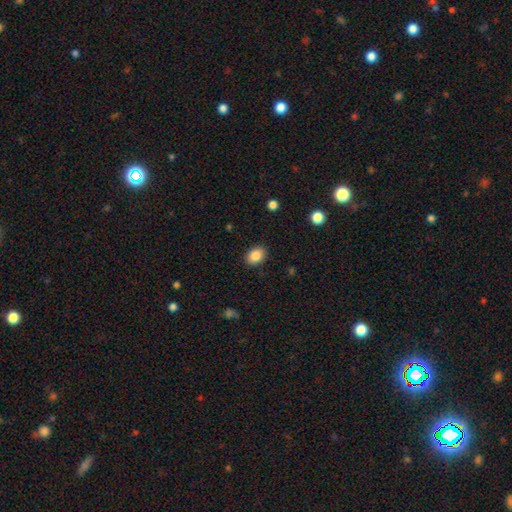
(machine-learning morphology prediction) smooth_or_featured: smooth (p=0.86) [alt: star or artifact p=0.08]
how_rounded: in between (p=0.73) [alt: round p=0.26]
merging: none (p=0.88) [alt: minor disturbance p=0.08]